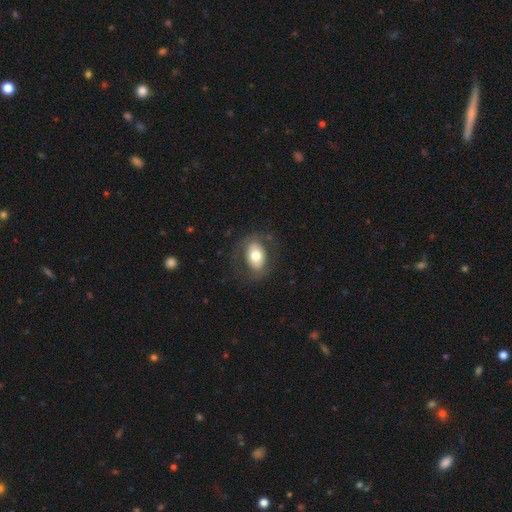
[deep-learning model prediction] Q: Smooth or featured?
A: smooth (64%); runner-up: featured or disk (29%)
Q: How rounded?
A: in between (80%); runner-up: round (19%)
Q: Merging?
A: none (75%); runner-up: minor disturbance (14%)